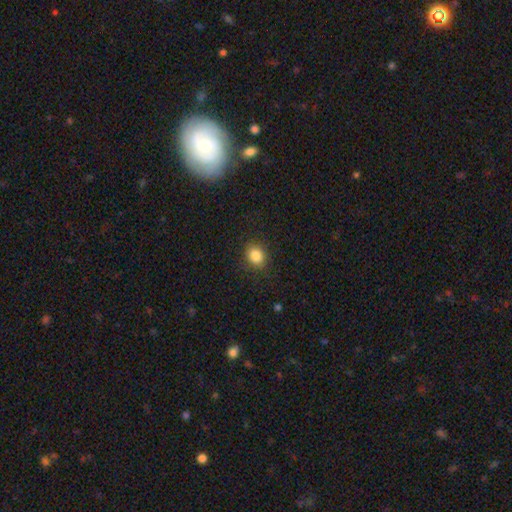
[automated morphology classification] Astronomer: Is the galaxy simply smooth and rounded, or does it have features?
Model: smooth — 86%.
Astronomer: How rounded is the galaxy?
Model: round — 60% (runner-up: in between, 39%).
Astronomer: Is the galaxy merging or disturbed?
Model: none — 87%.